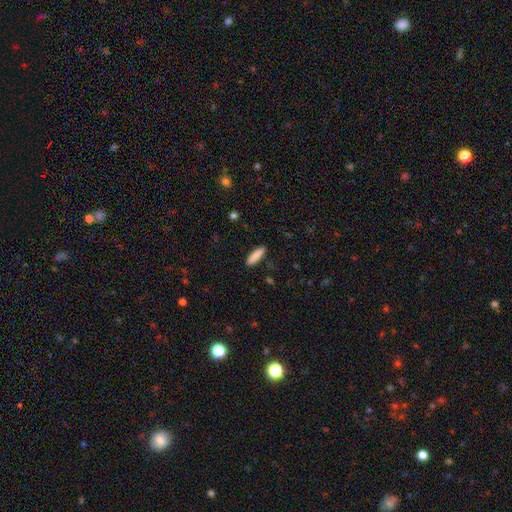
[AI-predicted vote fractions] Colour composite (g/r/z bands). It shows a smooth galaxy with no disk features (87%) that is cigar-shaped (66%). Merging: none (89%).